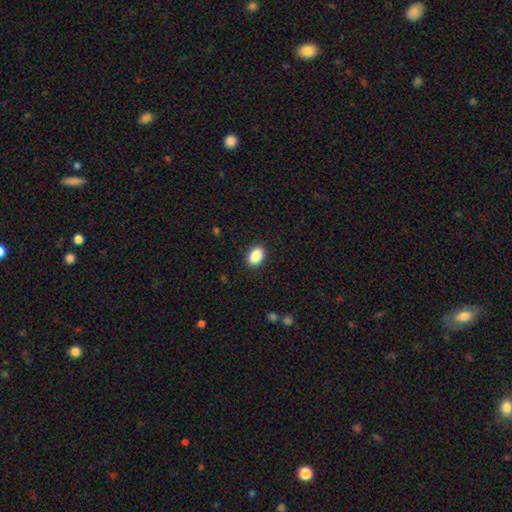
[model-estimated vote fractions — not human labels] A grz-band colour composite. It shows a smooth galaxy with no disk features (87%) that is in between round and cigar-shaped (83%). Merging: none (89%).